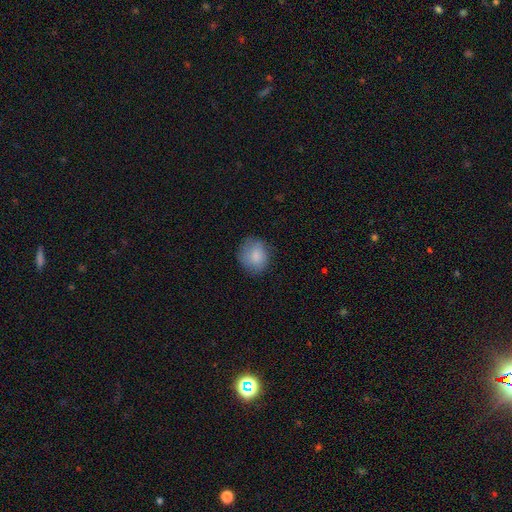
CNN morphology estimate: A smooth galaxy with no disk features (84%) that is round (75%).

Vote fractions:
- Smooth or featured? smooth: 84% / featured or disk: 9% / star or artifact: 7%
- How rounded? round: 75% / in between: 24% / cigar-shaped: 1%
- Merging? none: 76% / minor disturbance: 18% / major disturbance: 5% / merger: 1%